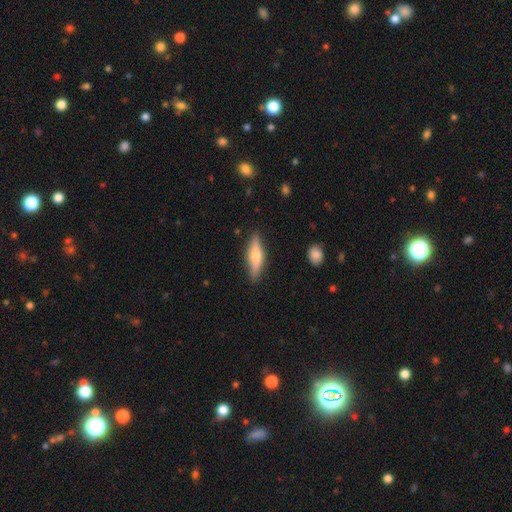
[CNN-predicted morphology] The model was most divided on "smooth or featured": featured or disk: 48%, smooth: 46%, star or artifact: 6%. More confident: merging — none (87%).